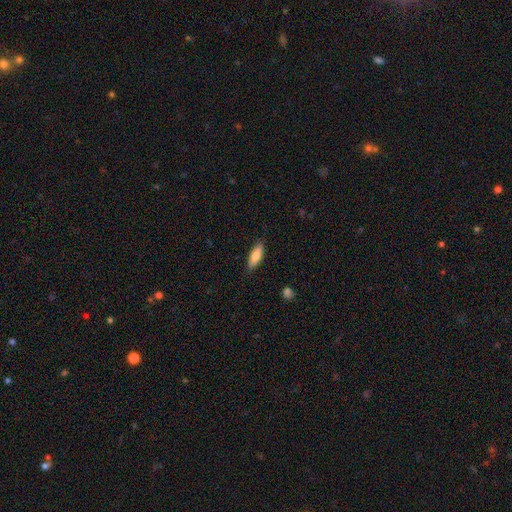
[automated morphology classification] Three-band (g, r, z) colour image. It shows a smooth galaxy with no disk features (79%) that is in between round and cigar-shaped (53%). Merging: none (86%).